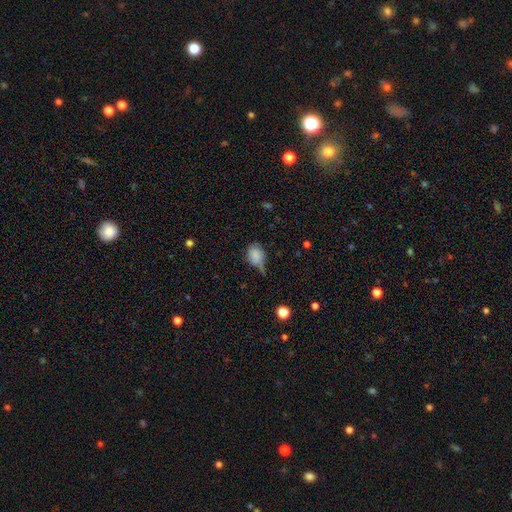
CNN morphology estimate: A smooth galaxy with no disk features (81%) that is in between round and cigar-shaped (61%).

Vote fractions:
- Smooth or featured? smooth: 81% / featured or disk: 10% / star or artifact: 9%
- How rounded? in between: 61% / round: 38% / cigar-shaped: 1%
- Merging? minor disturbance: 41% / none: 37% / major disturbance: 15% / merger: 8%